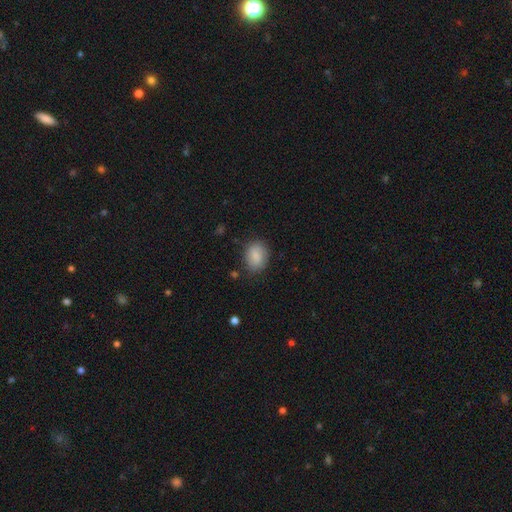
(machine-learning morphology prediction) Overall: smooth (84%). How rounded: in between (59%; round 40%). Merging: none (79%).